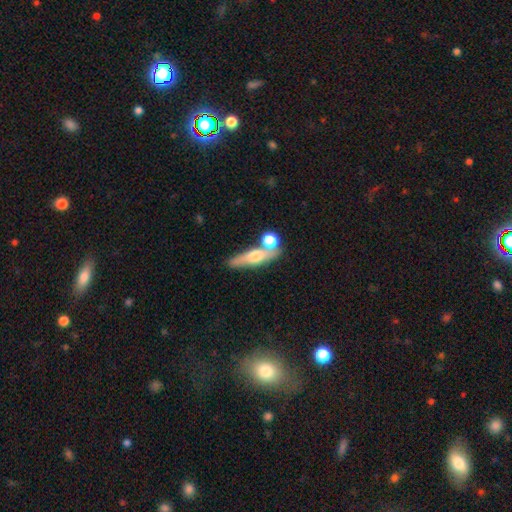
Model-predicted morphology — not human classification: A smooth galaxy with no disk features (48%).

Vote fractions:
- Smooth or featured? smooth: 48% / featured or disk: 44% / star or artifact: 8%
- Merging? none: 57% / merger: 25% / minor disturbance: 13% / major disturbance: 5%